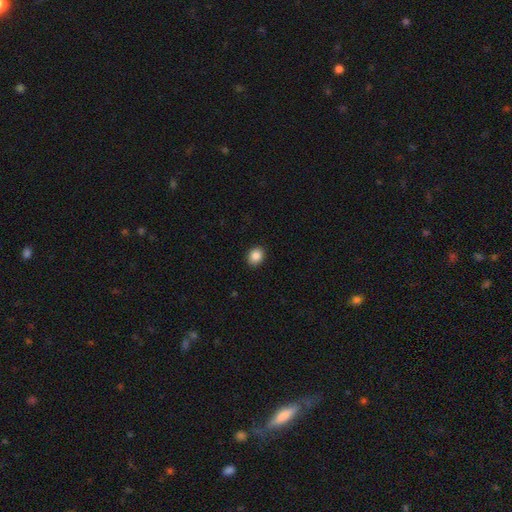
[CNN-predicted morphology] The model was most divided on "how rounded": round: 53%, in between: 47%, cigar-shaped: 1%. More confident: merging — none (91%); smooth or featured — smooth (87%).